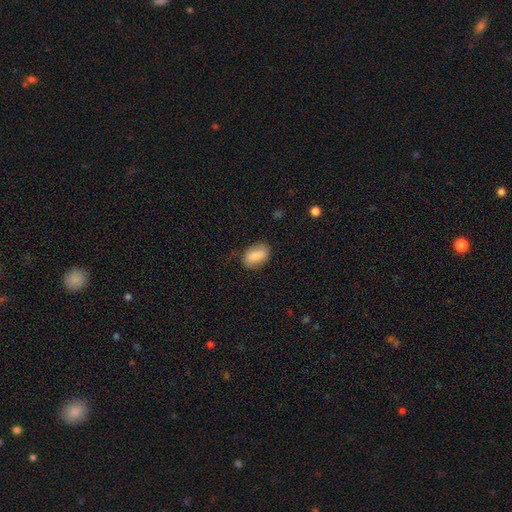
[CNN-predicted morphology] Smooth or featured? smooth (82%)
How rounded? in between (89%)
Merging? none (74%)